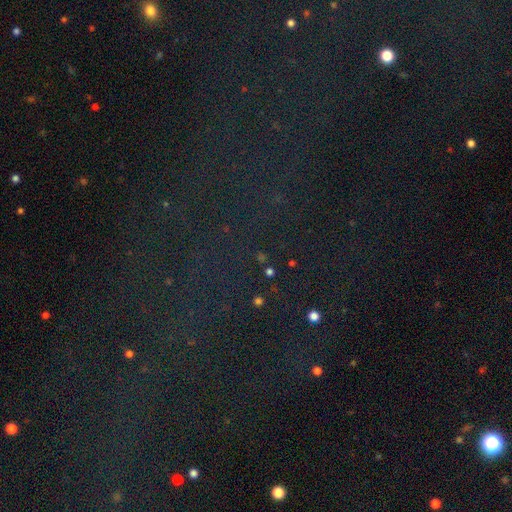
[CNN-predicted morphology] smooth-or-featured: star or artifact: 79% | smooth: 12% | featured or disk: 9%